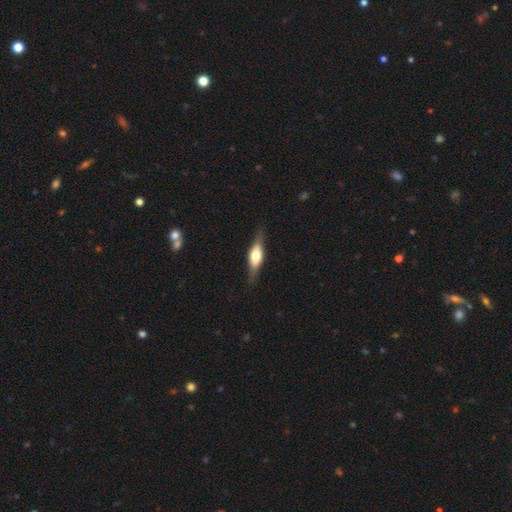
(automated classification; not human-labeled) Smooth or featured: featured or disk — 54% (smooth — 40%)
Edge-on disk: yes — 91% (no — 9%)
Merging: none — 82% (minor disturbance — 13%)